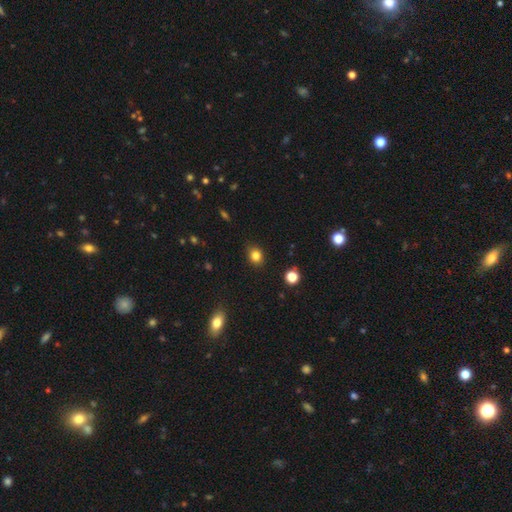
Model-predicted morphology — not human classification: A smooth galaxy with no disk features (83%) that is round (68%).

Vote fractions:
- Smooth or featured? smooth: 83% / star or artifact: 12% / featured or disk: 5%
- How rounded? round: 68% / in between: 31% / cigar-shaped: 1%
- Merging? none: 87% / minor disturbance: 9% / major disturbance: 2% / merger: 1%